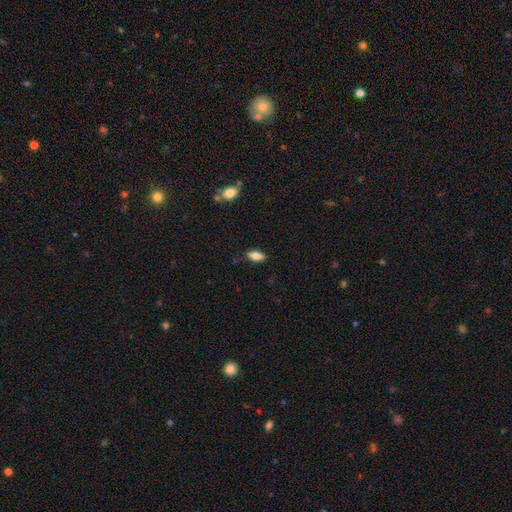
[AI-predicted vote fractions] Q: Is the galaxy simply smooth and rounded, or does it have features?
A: smooth — 80%.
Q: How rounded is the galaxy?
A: in between — 85%.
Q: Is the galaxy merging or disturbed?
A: none — 80%.